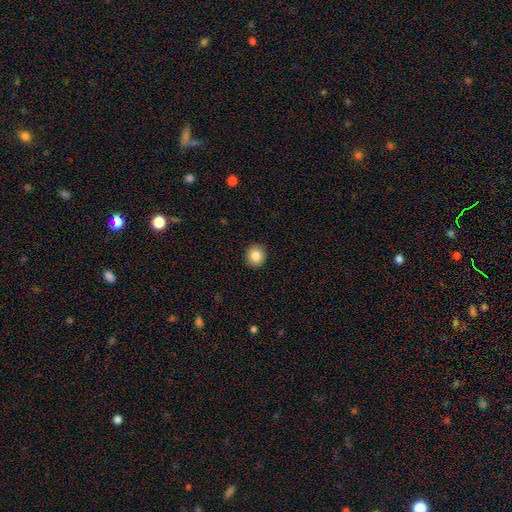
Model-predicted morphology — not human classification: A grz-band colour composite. It shows a smooth galaxy with no disk features (85%) that is round (89%). Merging: none (92%).